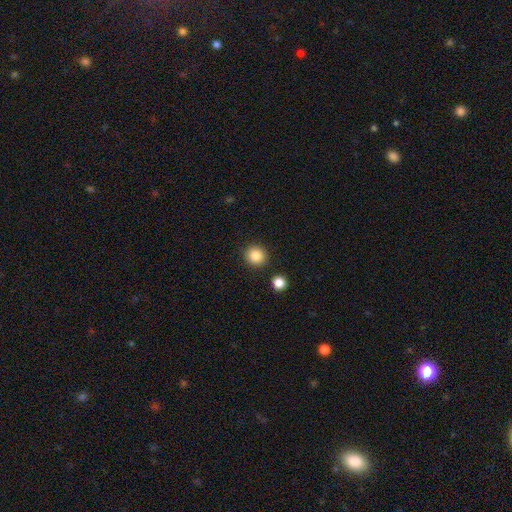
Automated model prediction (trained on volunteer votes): Smooth or featured? smooth (86%)
How rounded? round (92%)
Merging? none (89%)